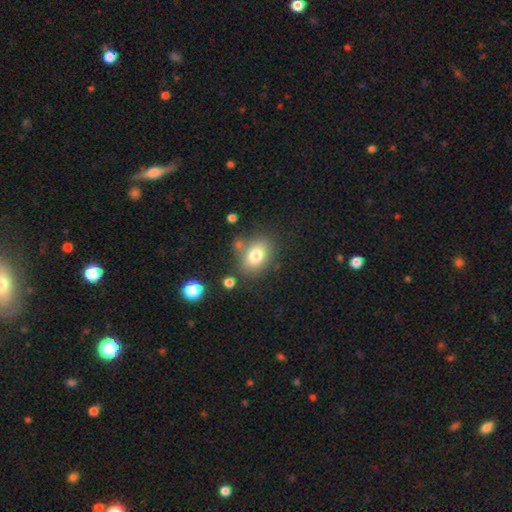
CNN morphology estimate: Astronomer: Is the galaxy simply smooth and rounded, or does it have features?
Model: smooth — 77%.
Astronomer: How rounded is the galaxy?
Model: in between — 68%.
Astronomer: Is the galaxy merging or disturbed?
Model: none — 72%.